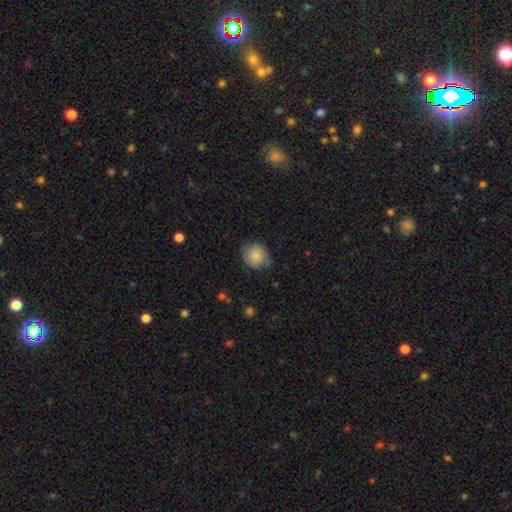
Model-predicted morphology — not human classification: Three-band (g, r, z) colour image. It shows a smooth galaxy with no disk features (79%) that is round (85%). Merging: none (69%).